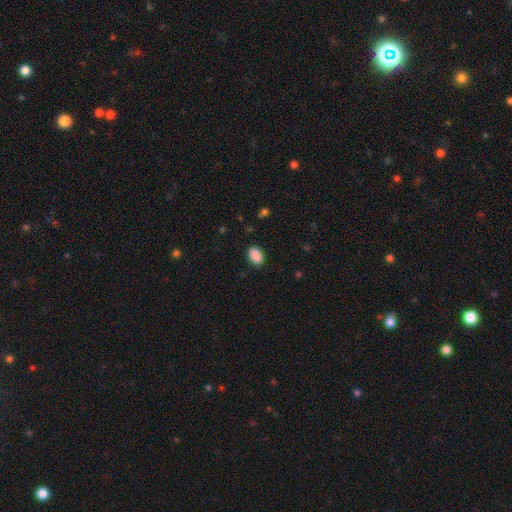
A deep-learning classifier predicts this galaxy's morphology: A smooth galaxy with no disk features (90%) that is in between round and cigar-shaped (88%). Merging: none (88%).